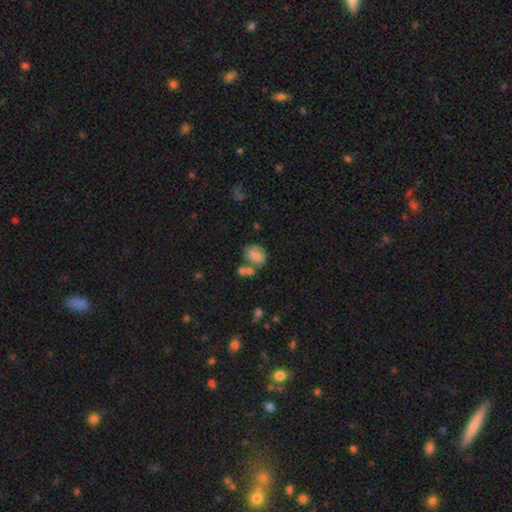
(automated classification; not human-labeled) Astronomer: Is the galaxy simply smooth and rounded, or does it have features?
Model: smooth — 76%.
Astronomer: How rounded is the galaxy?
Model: in between — 58% (runner-up: round, 40%).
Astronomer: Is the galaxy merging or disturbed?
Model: none — 45% (runner-up: merger, 28%).